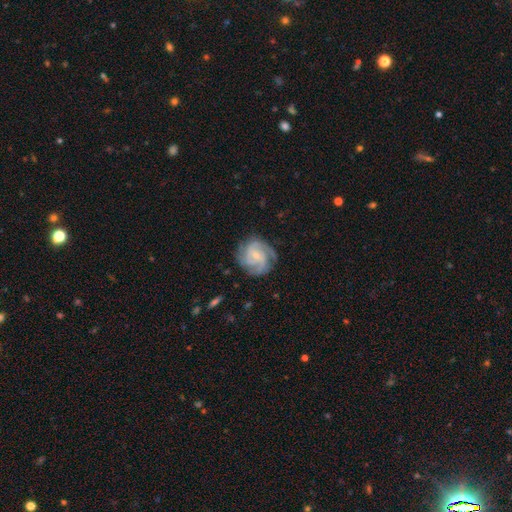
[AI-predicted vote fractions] A featured or disk galaxy (87%) with no bar (63%), 3 (45%) tight (58%) spiral arms (97%) and a small central bulge (74%). Merging: none (76%).